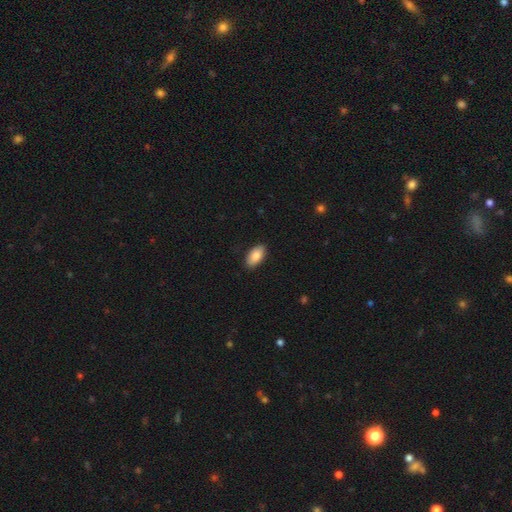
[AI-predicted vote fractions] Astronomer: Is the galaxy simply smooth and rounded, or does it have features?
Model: smooth — 87%.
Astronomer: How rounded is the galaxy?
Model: in between — 94%.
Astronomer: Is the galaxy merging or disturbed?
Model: none — 88%.